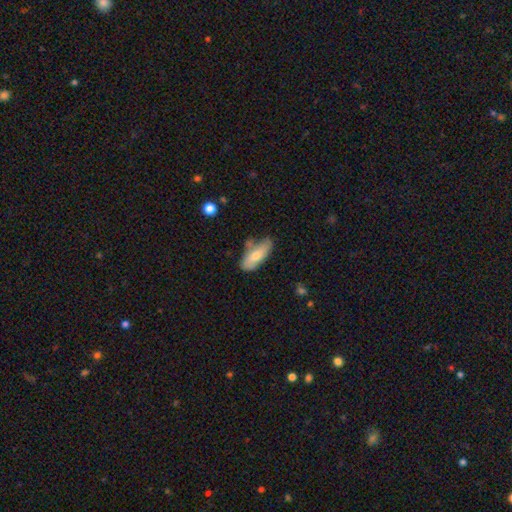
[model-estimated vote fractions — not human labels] This is likely a smooth galaxy (66%). How rounded: likely in between (72%). Merging: likely none (60%).